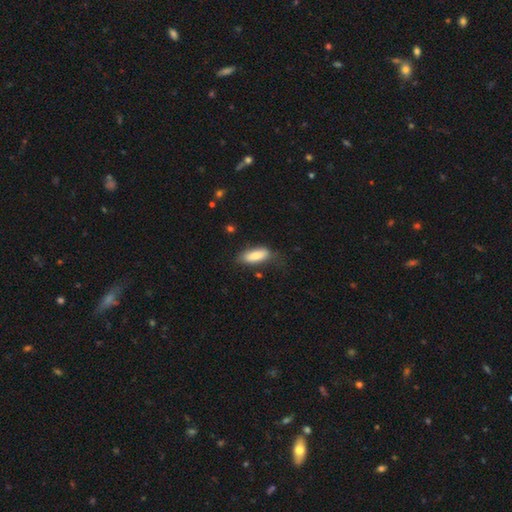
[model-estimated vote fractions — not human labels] Smooth or featured?
  - smooth: 83% *
  - featured or disk: 10%
  - star or artifact: 6%
How rounded?
  - in between: 73% *
  - cigar-shaped: 25%
  - round: 2%
Merging?
  - none: 62% *
  - minor disturbance: 27%
  - major disturbance: 9%
  - merger: 2%